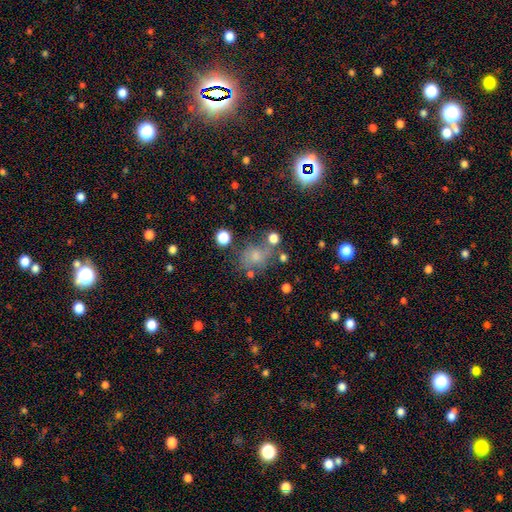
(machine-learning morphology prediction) A smooth galaxy with no disk features (63%) that is round (54%).

Vote fractions:
- Smooth or featured? smooth: 63% / star or artifact: 21% / featured or disk: 16%
- How rounded? round: 54% / in between: 45% / cigar-shaped: 2%
- Merging? none: 59% / minor disturbance: 19% / merger: 12% / major disturbance: 10%